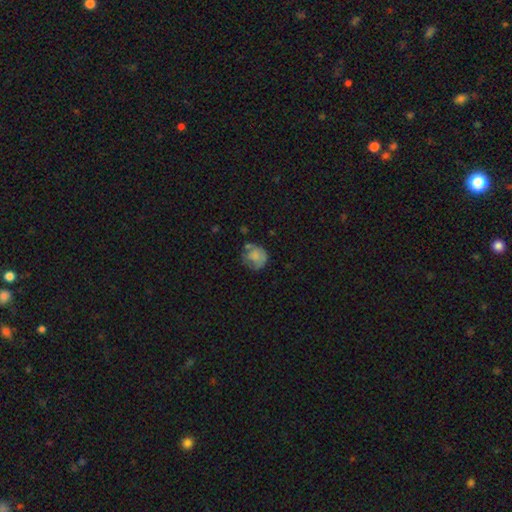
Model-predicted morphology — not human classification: Smooth or featured: smooth — 66% (featured or disk — 25%)
How rounded: round — 80% (in between — 19%)
Merging: none — 49% (minor disturbance — 28%)